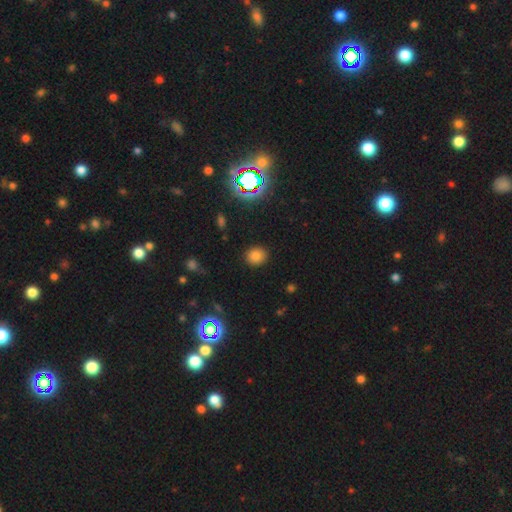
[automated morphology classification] smooth_or_featured: smooth (p=0.78) [alt: star or artifact p=0.16]
how_rounded: round (p=0.71) [alt: in between p=0.27]
merging: none (p=0.88) [alt: minor disturbance p=0.08]